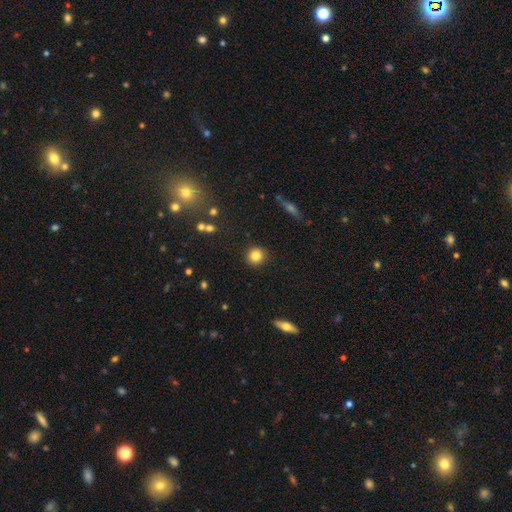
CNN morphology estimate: Smooth or featured?
  - smooth: 84% *
  - star or artifact: 10%
  - featured or disk: 6%
How rounded?
  - round: 92% *
  - in between: 7%
  - cigar-shaped: 1%
Merging?
  - none: 90% *
  - minor disturbance: 6%
  - major disturbance: 2%
  - merger: 2%